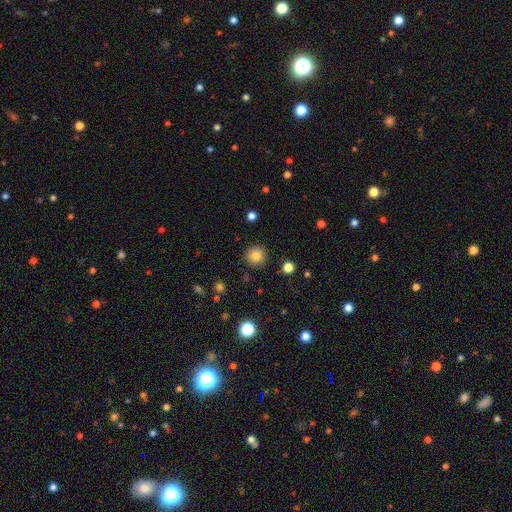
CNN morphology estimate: type=smooth (83%); roundness=round (95%); merging=none (91%).